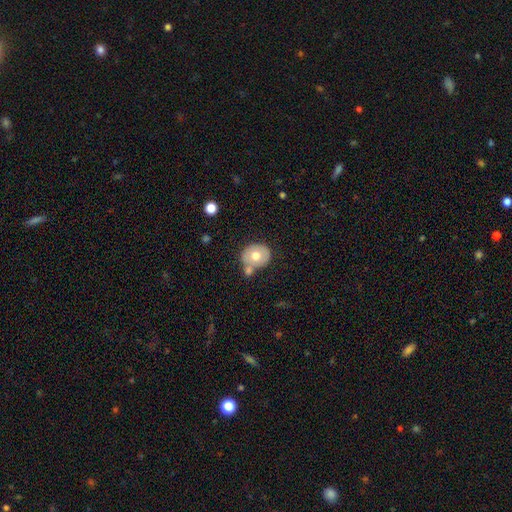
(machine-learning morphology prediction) Smooth or featured: smooth — 66% (featured or disk — 26%)
How rounded: round — 72% (in between — 27%)
Merging: none — 50% (merger — 30%)